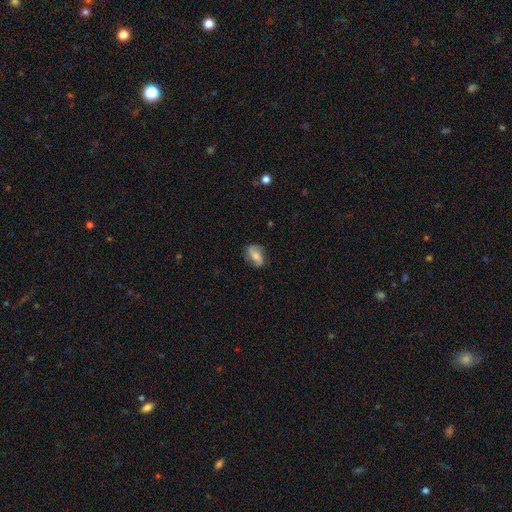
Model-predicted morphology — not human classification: Smooth or featured? Predicted: smooth (p=0.49). Merging? Predicted: none (p=0.72).